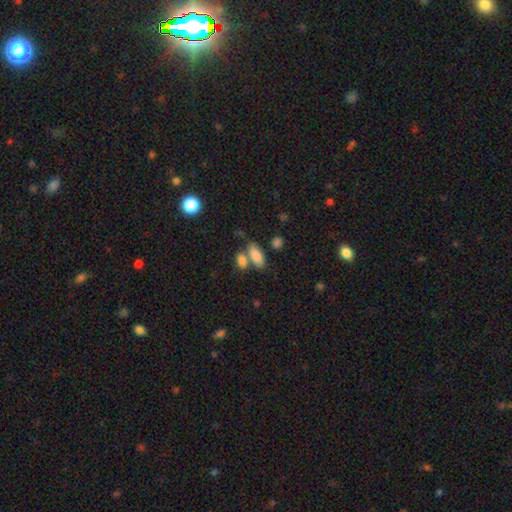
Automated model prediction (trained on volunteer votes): Smooth or featured?
  - smooth: 84% *
  - featured or disk: 8%
  - star or artifact: 8%
How rounded?
  - in between: 87% *
  - cigar-shaped: 9%
  - round: 4%
Merging?
  - none: 47% *
  - merger: 37%
  - minor disturbance: 11%
  - major disturbance: 4%